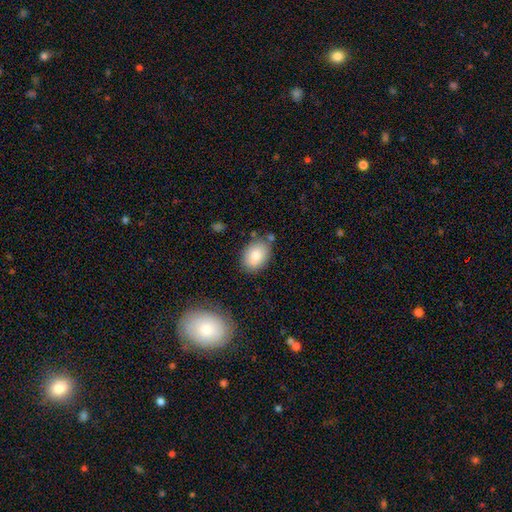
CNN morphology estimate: A smooth galaxy with no disk features (83%) that is in between round and cigar-shaped (79%).

Vote fractions:
- Smooth or featured? smooth: 83% / featured or disk: 9% / star or artifact: 7%
- How rounded? in between: 79% / round: 20% / cigar-shaped: 1%
- Merging? none: 74% / minor disturbance: 17% / merger: 6% / major disturbance: 4%